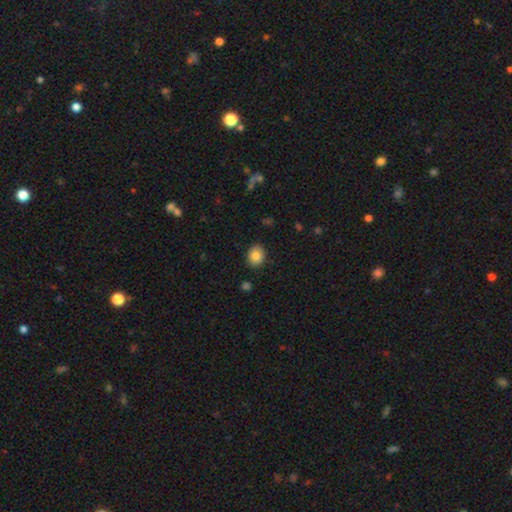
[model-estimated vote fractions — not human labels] Smooth or featured: smooth — 83% (featured or disk — 9%)
How rounded: round — 50% (in between — 49%)
Merging: none — 88% (minor disturbance — 9%)